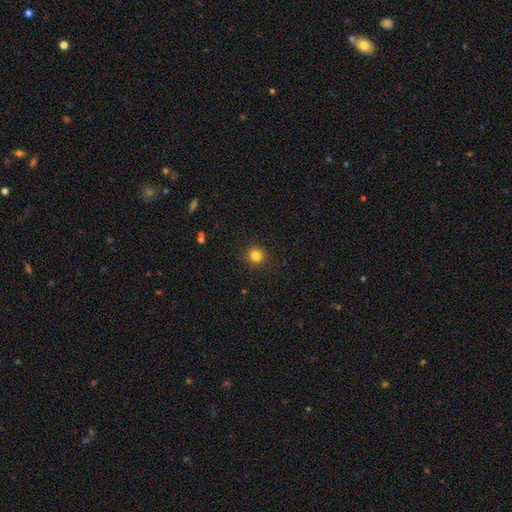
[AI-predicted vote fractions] smooth_or_featured: smooth (p=0.82) [alt: star or artifact p=0.13]
how_rounded: round (p=0.93) [alt: in between p=0.06]
merging: none (p=0.91) [alt: minor disturbance p=0.06]